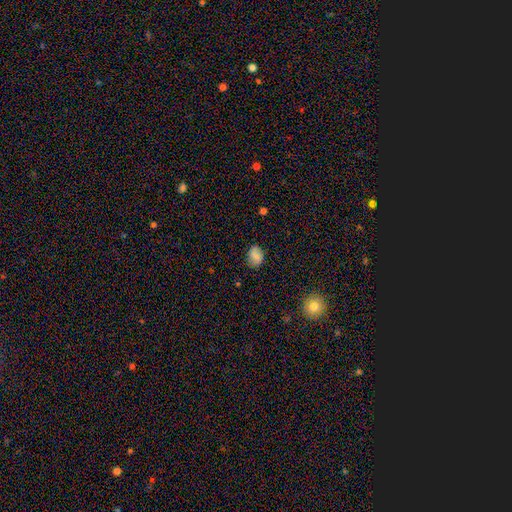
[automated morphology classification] Smooth or featured? smooth (79%)
How rounded? in between (64%)
Merging? none (77%)